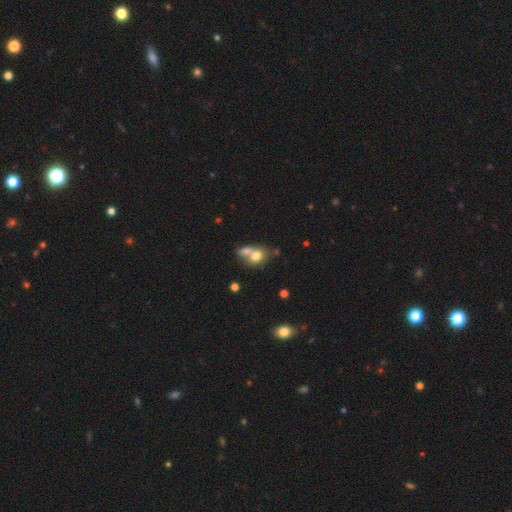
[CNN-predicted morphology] The model was most divided on "how rounded": in between: 52%, round: 46%, cigar-shaped: 2%. More confident: smooth or featured — smooth (72%); merging — merger (56%).